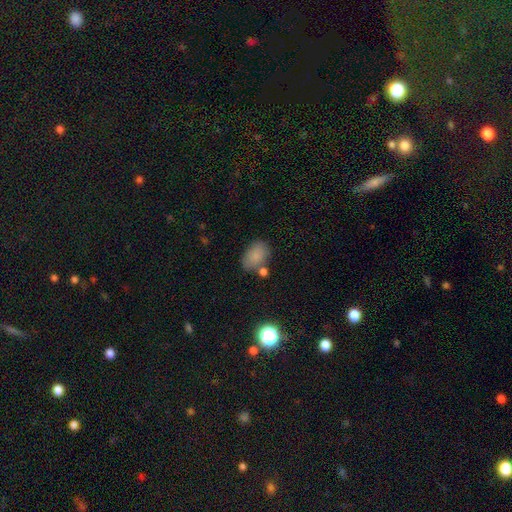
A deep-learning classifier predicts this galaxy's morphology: Smooth or featured?
  - smooth: 81% *
  - star or artifact: 10%
  - featured or disk: 9%
How rounded?
  - in between: 82% *
  - round: 16%
  - cigar-shaped: 1%
Merging?
  - none: 64% *
  - minor disturbance: 18%
  - merger: 13%
  - major disturbance: 5%